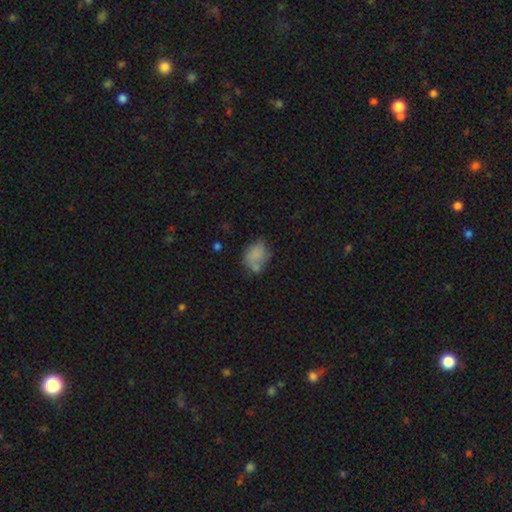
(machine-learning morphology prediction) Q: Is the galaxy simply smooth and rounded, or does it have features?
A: smooth — 70%.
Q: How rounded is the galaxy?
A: in between — 67%.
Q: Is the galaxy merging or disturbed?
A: none — 42%.